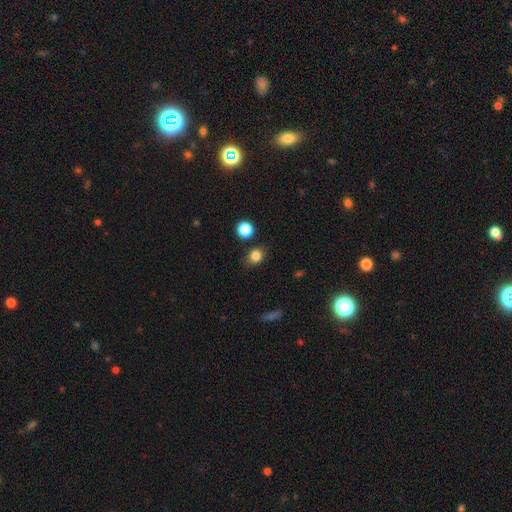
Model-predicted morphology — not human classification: A smooth galaxy with no disk features (83%) that is round (66%). Merging: none (79%).